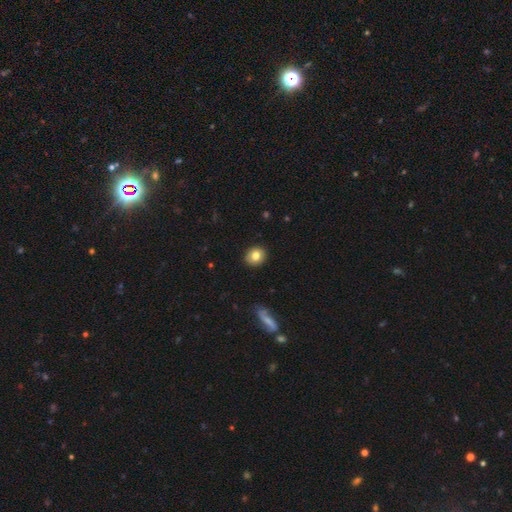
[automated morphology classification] Smooth or featured?
  - smooth: 80% *
  - featured or disk: 11%
  - star or artifact: 9%
How rounded?
  - round: 76% *
  - in between: 23%
  - cigar-shaped: 1%
Merging?
  - none: 90% *
  - minor disturbance: 7%
  - major disturbance: 2%
  - merger: 1%